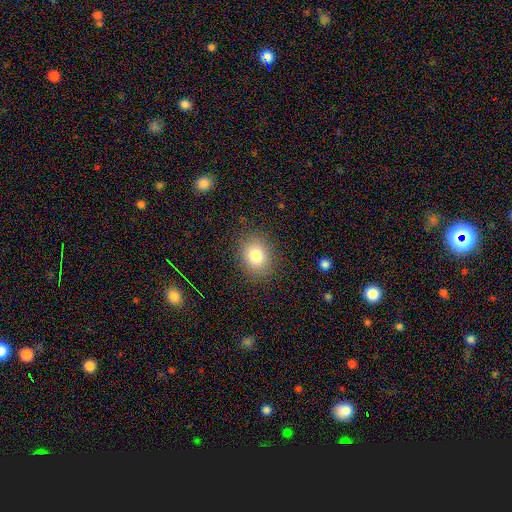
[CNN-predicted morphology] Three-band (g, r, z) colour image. It shows a smooth galaxy with no disk features (81%) that is round (51%). Merging: none (86%).